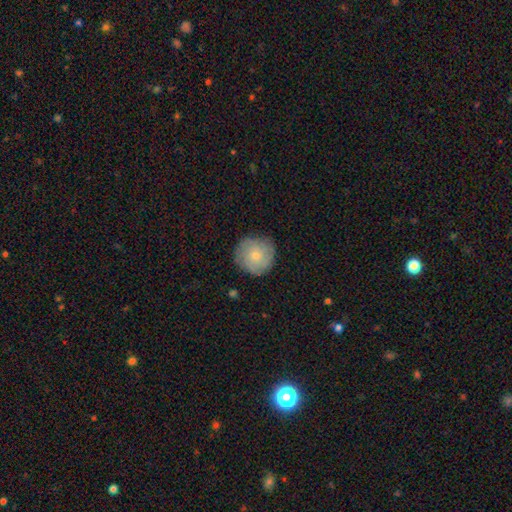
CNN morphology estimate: Smooth or featured? Predicted: smooth (p=0.50). Merging? Predicted: none (p=0.84).